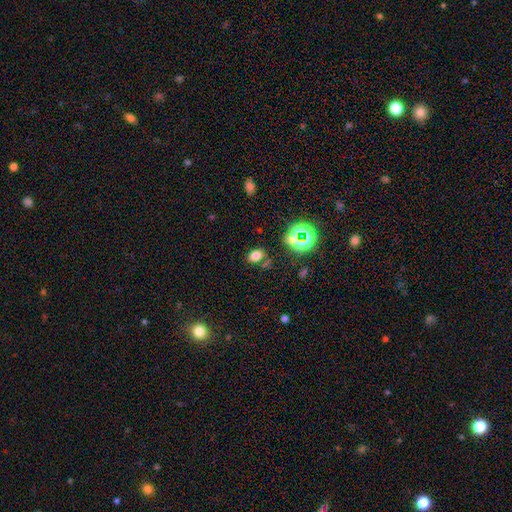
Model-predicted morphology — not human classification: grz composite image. It shows a smooth galaxy with no disk features (68%) that is in between round and cigar-shaped (79%). Merging: none (74%).